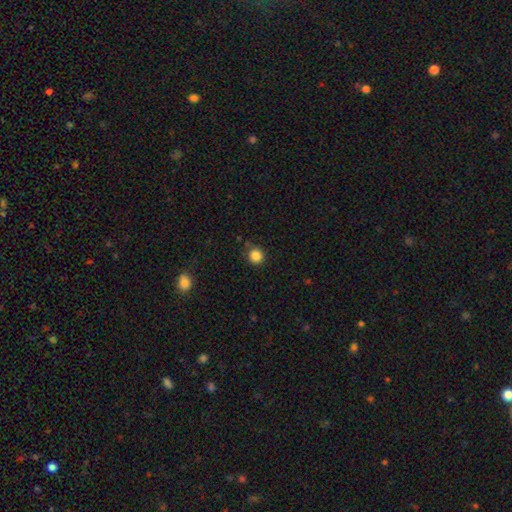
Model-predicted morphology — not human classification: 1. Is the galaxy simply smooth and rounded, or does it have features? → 86% smooth, 11% star or artifact, 3% featured or disk.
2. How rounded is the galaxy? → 92% round, 7% in between, 1% cigar-shaped.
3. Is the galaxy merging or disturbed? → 86% none, 9% minor disturbance, 3% merger, 2% major disturbance.